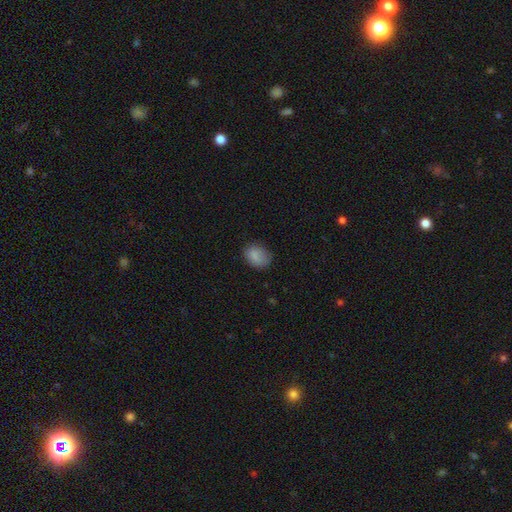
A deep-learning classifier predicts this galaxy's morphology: smooth_or_featured: smooth (p=0.85) [alt: star or artifact p=0.09]
how_rounded: in between (p=0.66) [alt: round p=0.33]
merging: none (p=0.73) [alt: minor disturbance p=0.21]